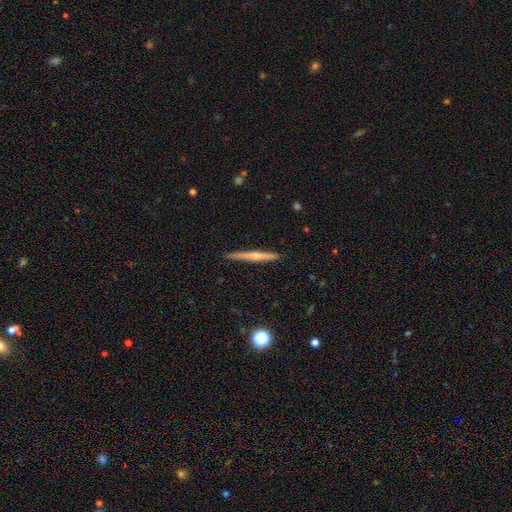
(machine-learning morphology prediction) Smooth or featured: featured or disk — 70% (smooth — 24%)
Edge-on disk: yes — 98% (no — 2%)
Edge-on bulge: rounded — 76% (none — 20%)
Merging: none — 92% (minor disturbance — 6%)